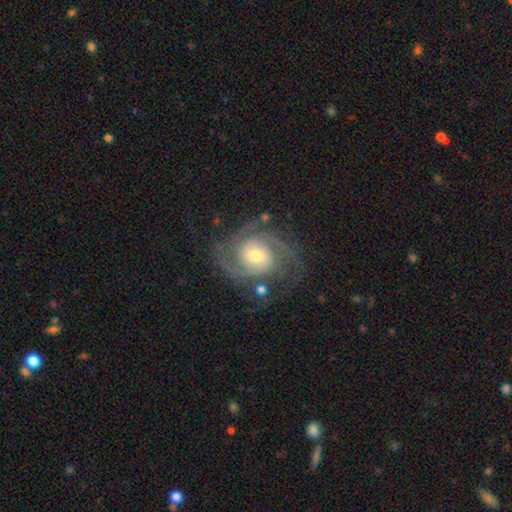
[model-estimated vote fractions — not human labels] This appears to be a featured or disk galaxy (89%) with no bar (68%), 2 (51%) tight (51%) spiral arms (98%) and a moderate central bulge (54%). Merging: none (72%).